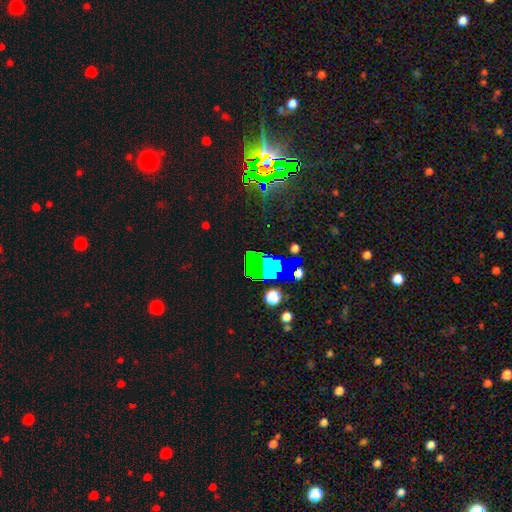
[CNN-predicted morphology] A star or artifact, not a galaxy (55%).